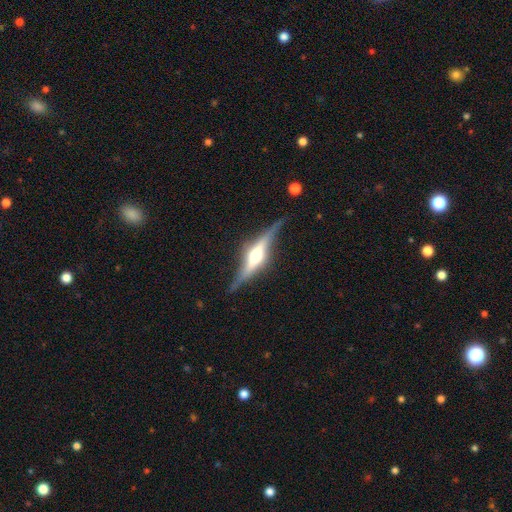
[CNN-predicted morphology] type=featured or disk (81%); edge-on=yes (93%); edge-on bulge=rounded (87%); merging=none (78%).